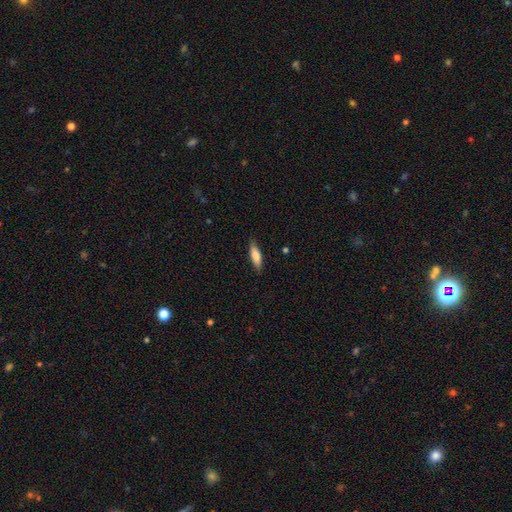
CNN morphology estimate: smooth-or-featured: smooth: 78% | featured or disk: 16% | star or artifact: 6%
  how-rounded: cigar-shaped: 59% | in between: 40% | round: 2%
  merging: none: 85% | minor disturbance: 12% | major disturbance: 2% | merger: 1%